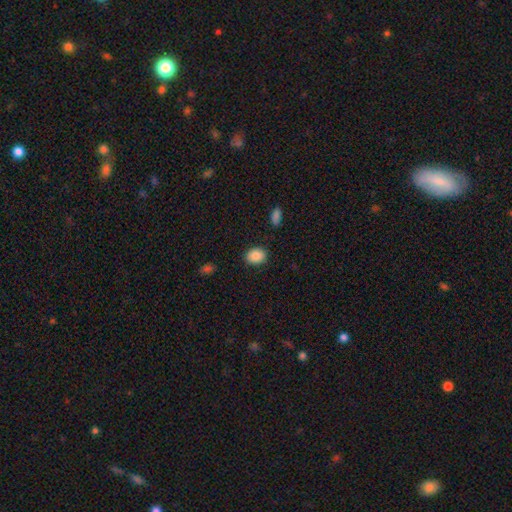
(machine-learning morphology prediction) A smooth galaxy with no disk features (86%) that is in between round and cigar-shaped (60%).

Vote fractions:
- Smooth or featured? smooth: 86% / star or artifact: 8% / featured or disk: 6%
- How rounded? in between: 60% / round: 39% / cigar-shaped: 1%
- Merging? none: 86% / minor disturbance: 10% / major disturbance: 2% / merger: 2%